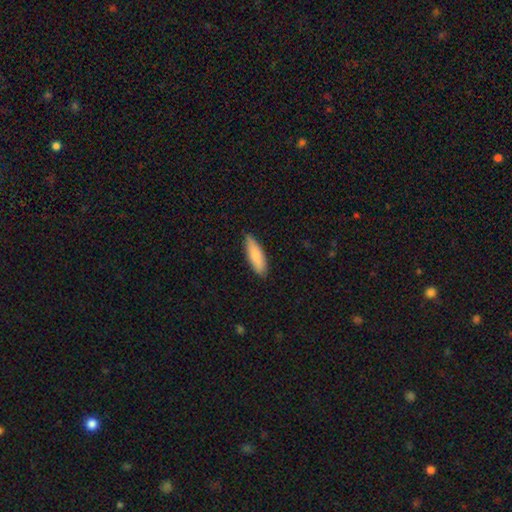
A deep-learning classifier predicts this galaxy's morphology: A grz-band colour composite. It shows a smooth galaxy with no disk features (84%) that is cigar-shaped (52%). Merging: none (84%).